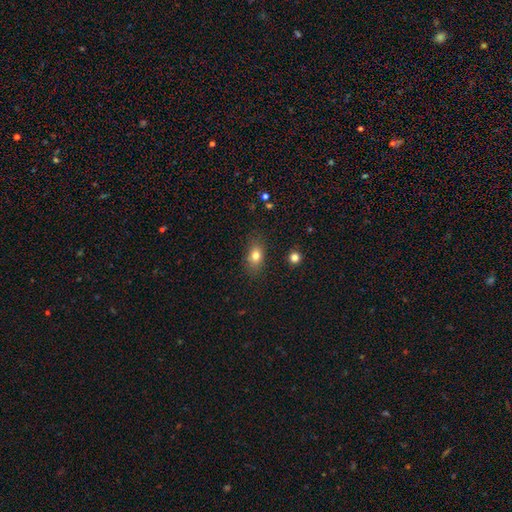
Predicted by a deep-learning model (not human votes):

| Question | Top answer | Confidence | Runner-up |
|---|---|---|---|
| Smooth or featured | smooth | 78% | star or artifact (11%) |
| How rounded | in between | 76% | round (20%) |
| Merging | none | 82% | minor disturbance (13%) |